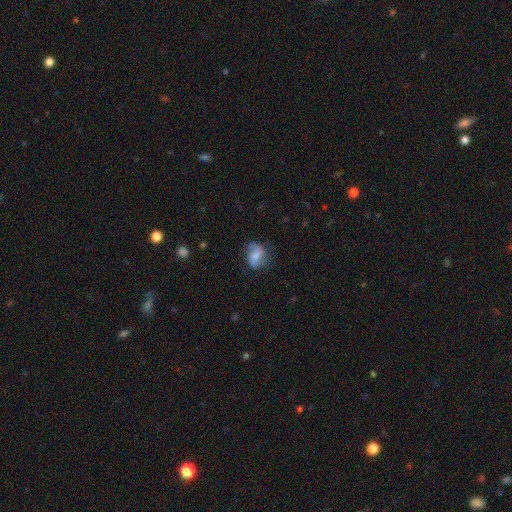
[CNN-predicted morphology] Smooth or featured? smooth (50%)
How rounded? in between (59%)
Merging? none (66%)